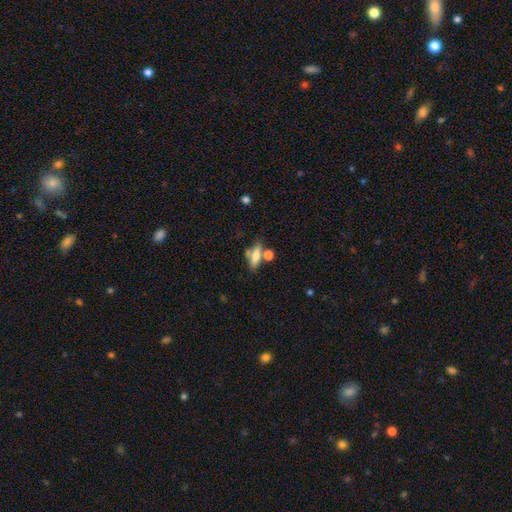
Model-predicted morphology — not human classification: A smooth galaxy with no disk features (63%) that is in between round and cigar-shaped (57%).

Vote fractions:
- Smooth or featured? smooth: 63% / featured or disk: 28% / star or artifact: 9%
- How rounded? in between: 57% / cigar-shaped: 37% / round: 6%
- Merging? none: 51% / merger: 26% / minor disturbance: 15% / major disturbance: 8%